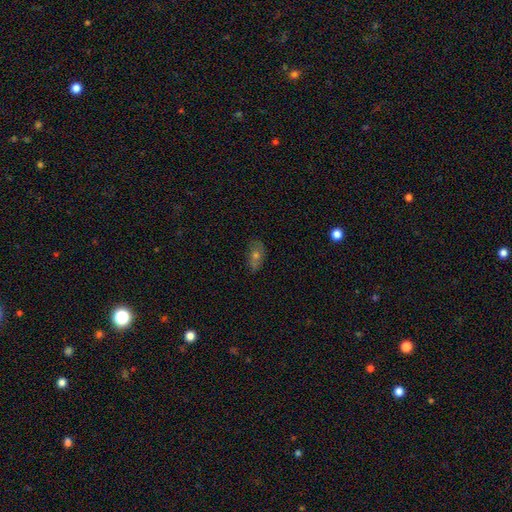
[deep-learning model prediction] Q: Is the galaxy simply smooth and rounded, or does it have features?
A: smooth — 43%.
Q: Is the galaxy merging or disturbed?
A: none — 70%.